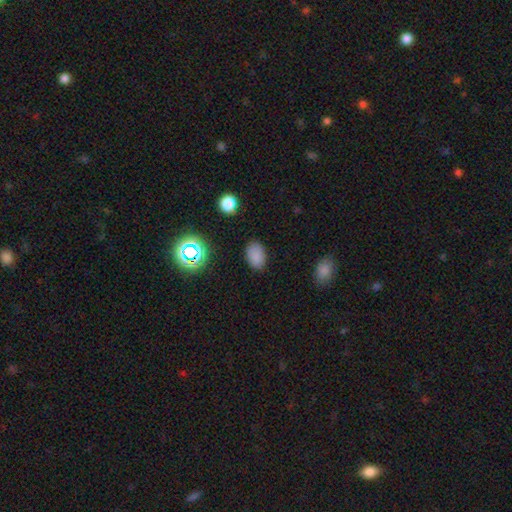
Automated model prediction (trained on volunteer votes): Q: Smooth or featured?
A: smooth (81%); runner-up: star or artifact (15%)
Q: How rounded?
A: in between (87%); runner-up: round (12%)
Q: Merging?
A: none (84%); runner-up: minor disturbance (11%)